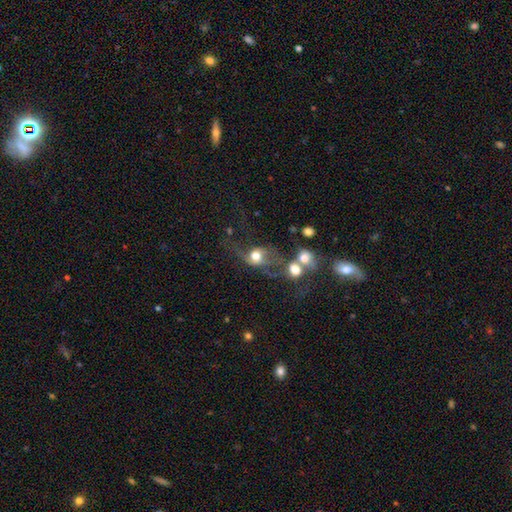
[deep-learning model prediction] A smooth galaxy with no disk features (56%) that is round (56%). Merging: merger (37%).